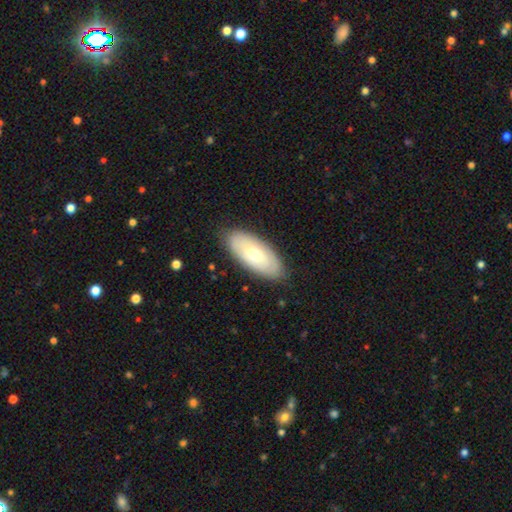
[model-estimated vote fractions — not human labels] A smooth galaxy with no disk features (59%) that is in between round and cigar-shaped (88%). Merging: none (87%).